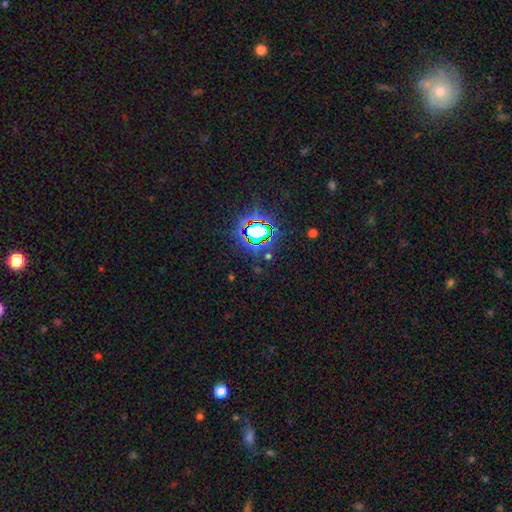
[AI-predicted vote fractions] Overall: star or artifact (79%).